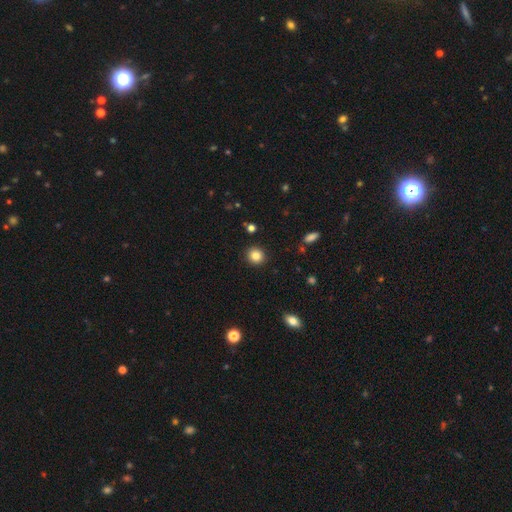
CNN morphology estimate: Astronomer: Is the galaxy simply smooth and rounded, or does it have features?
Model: smooth — 84%.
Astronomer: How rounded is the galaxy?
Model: round — 89%.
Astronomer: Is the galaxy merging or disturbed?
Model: none — 91%.